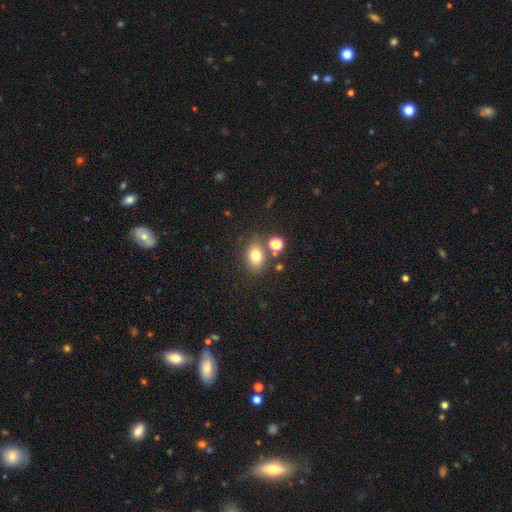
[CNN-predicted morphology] Smooth or featured? smooth (76%)
How rounded? in between (63%)
Merging? none (69%)